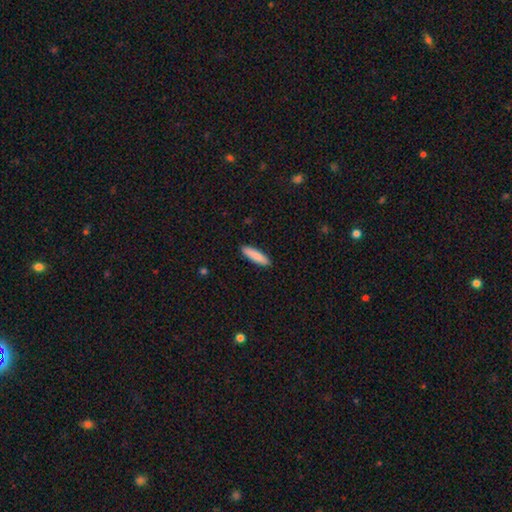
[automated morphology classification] type=smooth (87%); roundness=cigar-shaped (72%); merging=none (90%).